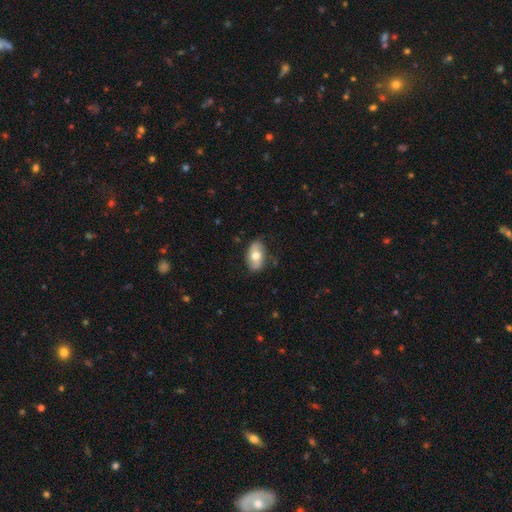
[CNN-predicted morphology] smooth 63%, featured or disk 30%, star or artifact 6%. Down the decision tree: how rounded — in between (91%); merging — none (81%).